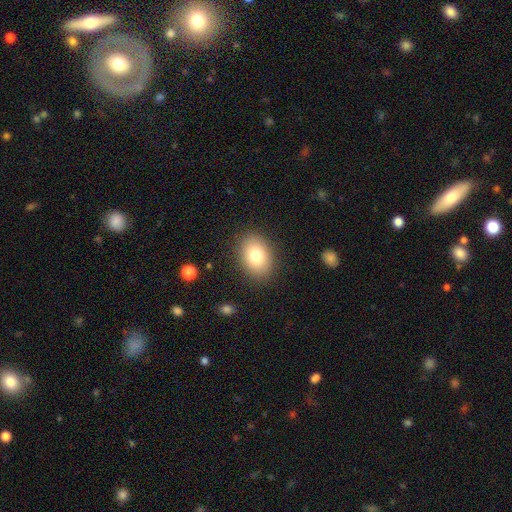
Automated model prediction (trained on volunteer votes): Smooth or featured? smooth (80%)
How rounded? in between (73%)
Merging? none (87%)